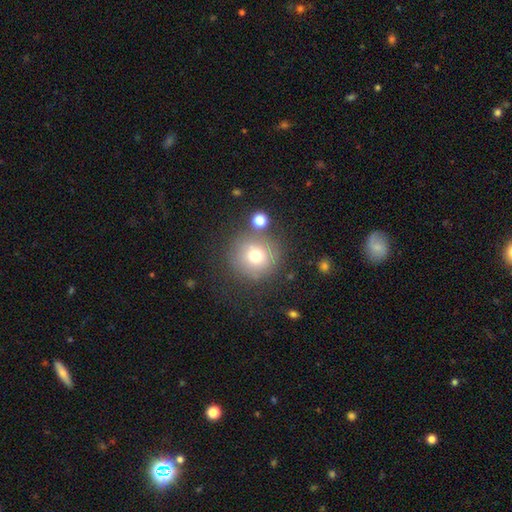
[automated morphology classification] Q: Smooth or featured?
A: smooth (69%); runner-up: featured or disk (17%)
Q: How rounded?
A: round (94%); runner-up: in between (5%)
Q: Merging?
A: none (73%); runner-up: minor disturbance (12%)